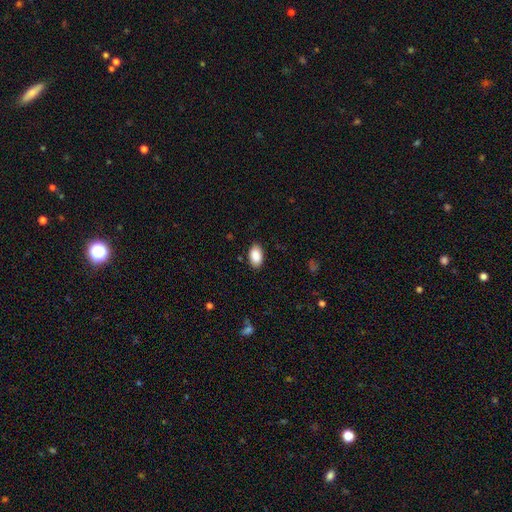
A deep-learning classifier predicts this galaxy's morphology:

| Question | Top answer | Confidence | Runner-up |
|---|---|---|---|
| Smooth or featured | smooth | 90% | star or artifact (6%) |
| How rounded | in between | 94% | round (5%) |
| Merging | none | 87% | minor disturbance (10%) |